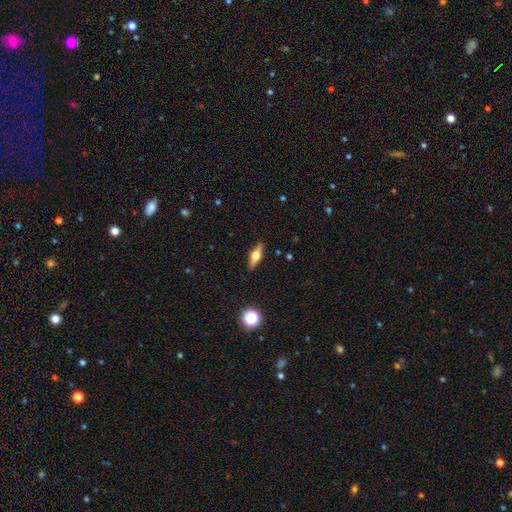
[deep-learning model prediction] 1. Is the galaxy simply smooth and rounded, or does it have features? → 55% featured or disk, 38% smooth, 8% star or artifact.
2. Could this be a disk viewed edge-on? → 93% yes, 7% no.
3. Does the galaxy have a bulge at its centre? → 93% rounded, 5% boxy, 2% none.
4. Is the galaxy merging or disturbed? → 88% none, 9% minor disturbance, 2% major disturbance, 1% merger.